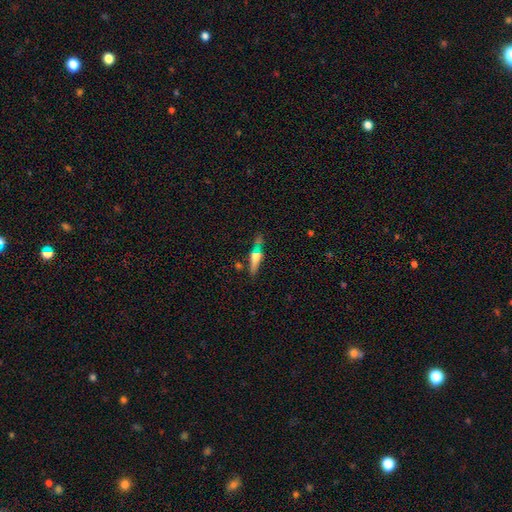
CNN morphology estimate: Smooth or featured?
  - smooth: 47% *
  - featured or disk: 43%
  - star or artifact: 11%
Merging?
  - none: 68% *
  - minor disturbance: 16%
  - merger: 10%
  - major disturbance: 6%